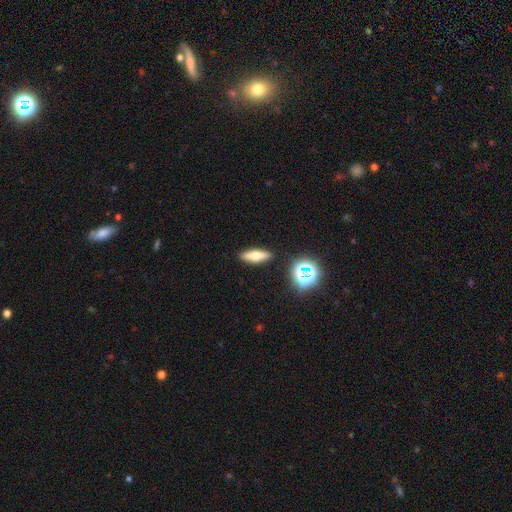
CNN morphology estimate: This appears to be a smooth galaxy with no disk features (59%) that is cigar-shaped (48%, tied with in between). Merging: none (88%).